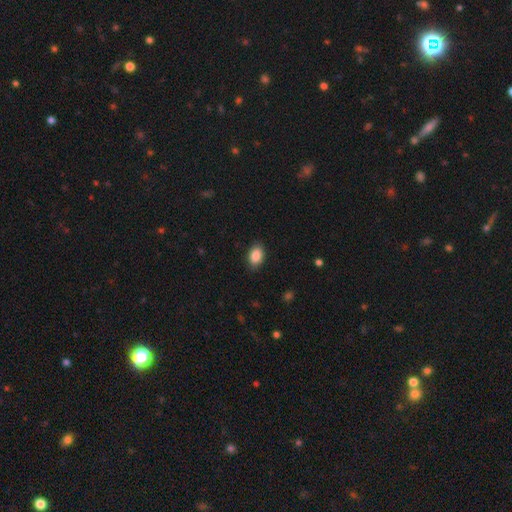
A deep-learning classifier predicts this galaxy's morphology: Smooth or featured? Predicted: smooth (p=0.88). How rounded? Predicted: in between (p=0.86). Merging? Predicted: none (p=0.86).